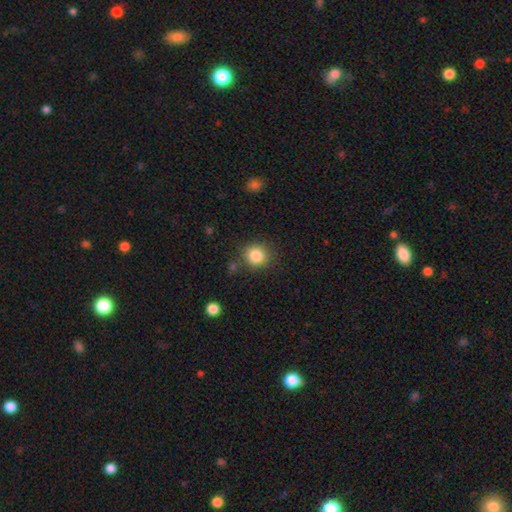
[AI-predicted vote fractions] smooth 85%, star or artifact 10%, featured or disk 5%. Down the decision tree: how rounded — round (87%); merging — none (82%).